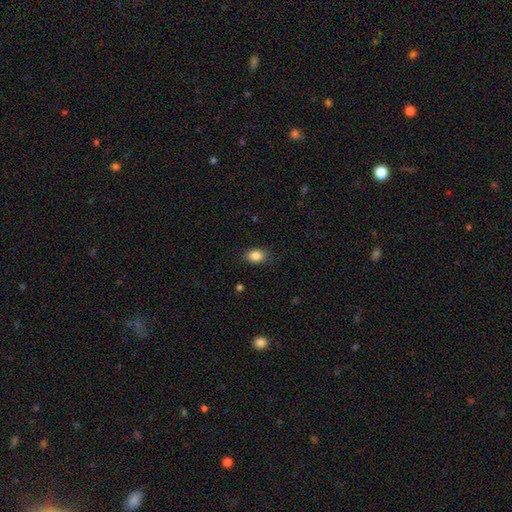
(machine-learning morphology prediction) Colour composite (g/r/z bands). It shows a smooth galaxy with no disk features (86%) that is in between round and cigar-shaped (74%). Merging: none (85%).